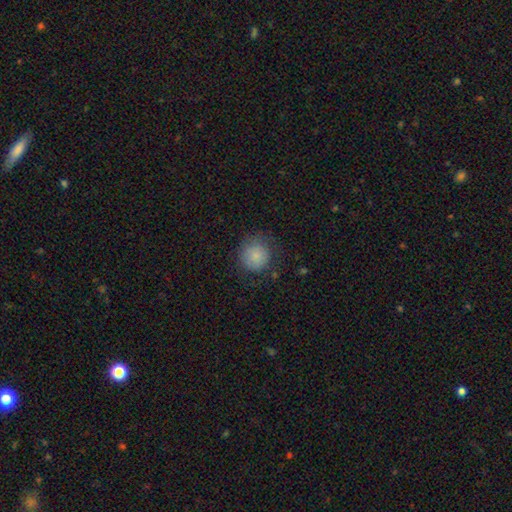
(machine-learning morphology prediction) Q: Smooth or featured?
A: smooth (83%); runner-up: featured or disk (9%)
Q: How rounded?
A: round (90%); runner-up: in between (9%)
Q: Merging?
A: none (71%); runner-up: minor disturbance (19%)